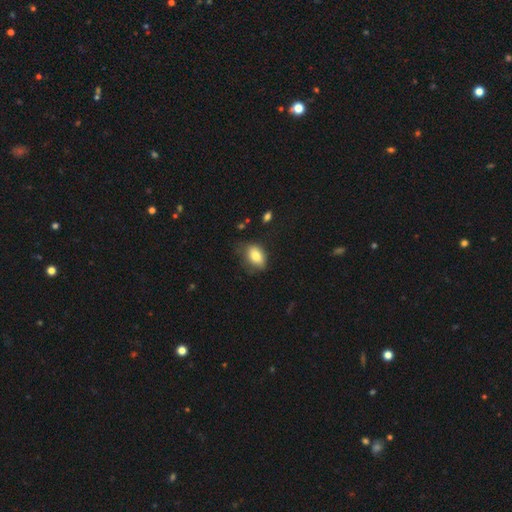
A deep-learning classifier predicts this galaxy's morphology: The model was most divided on "merging": none: 58%, minor disturbance: 31%, major disturbance: 10%, merger: 2%. More confident: how rounded — in between (83%); smooth or featured — smooth (81%).